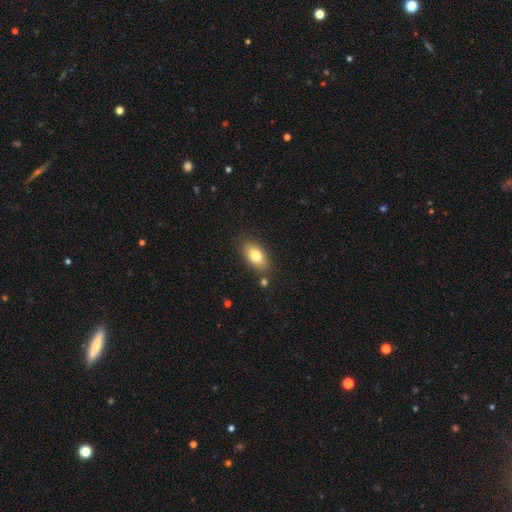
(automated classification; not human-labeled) Overall: smooth (80%). How rounded: in between (90%). Merging: none (80%).